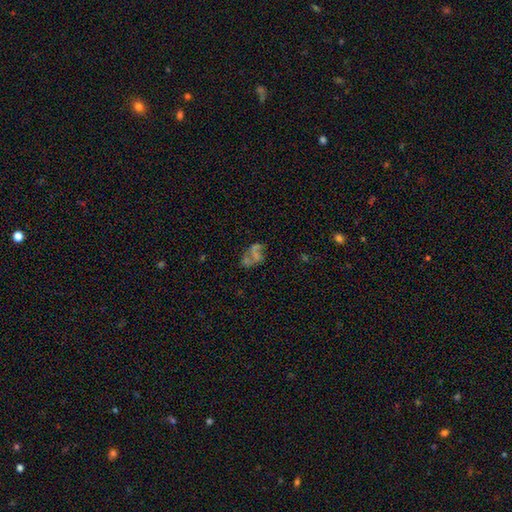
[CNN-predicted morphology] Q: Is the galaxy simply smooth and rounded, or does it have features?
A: featured or disk — 52%.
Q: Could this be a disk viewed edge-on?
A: no — 97%.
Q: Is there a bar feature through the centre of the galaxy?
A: no — 85%.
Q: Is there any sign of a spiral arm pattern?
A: no — 73%.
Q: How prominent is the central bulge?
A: none — 65%.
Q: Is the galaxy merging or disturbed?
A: none — 37%.